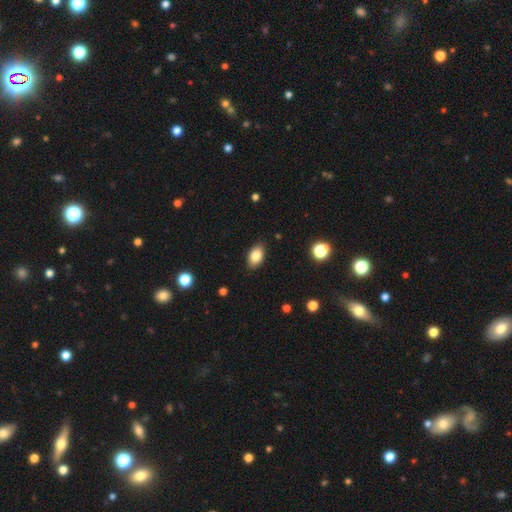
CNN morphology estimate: A smooth galaxy with no disk features (83%) that is in between round and cigar-shaped (89%).

Vote fractions:
- Smooth or featured? smooth: 83% / featured or disk: 9% / star or artifact: 8%
- How rounded? in between: 89% / round: 9% / cigar-shaped: 2%
- Merging? none: 86% / minor disturbance: 11% / major disturbance: 2% / merger: 1%